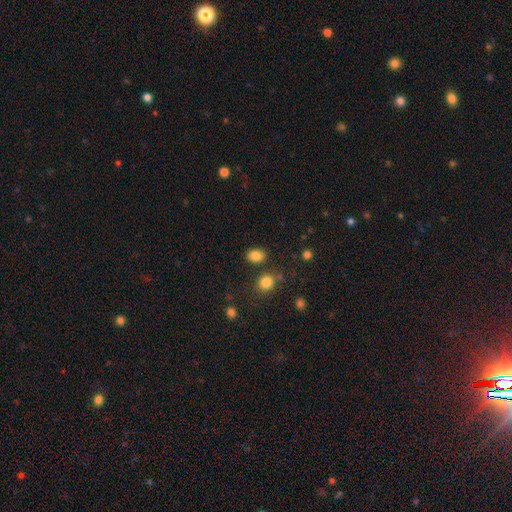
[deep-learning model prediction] smooth 84%, star or artifact 10%, featured or disk 5%. Down the decision tree: how rounded — in between (66%); merging — none (80%).